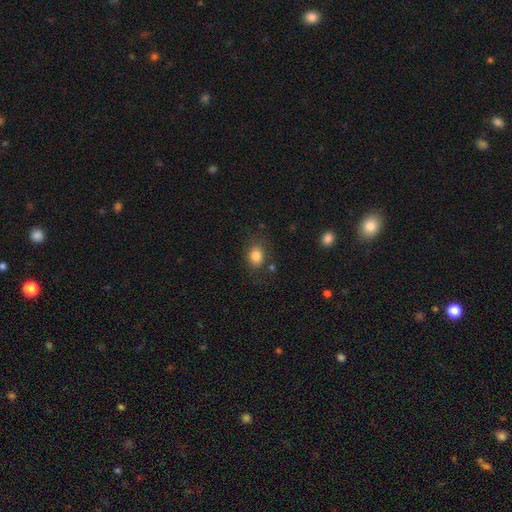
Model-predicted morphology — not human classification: The model was most divided on "how rounded": in between: 54%, round: 45%, cigar-shaped: 1%. More confident: smooth or featured — smooth (83%); merging — none (76%).